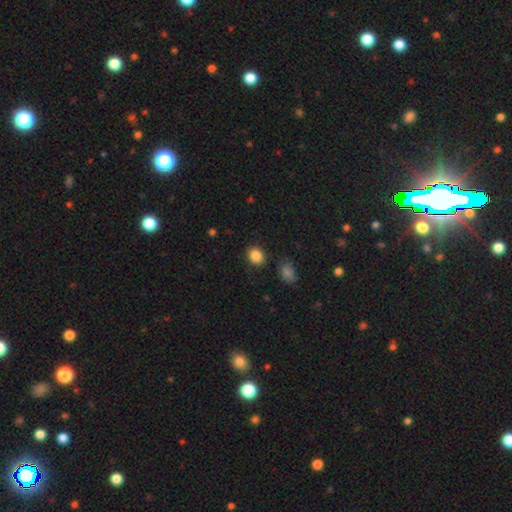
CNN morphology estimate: smooth 86%, star or artifact 10%, featured or disk 4%. Down the decision tree: how rounded — round (68%); merging — none (86%).